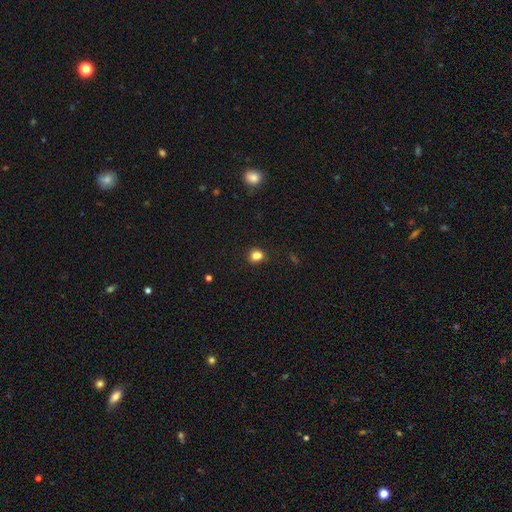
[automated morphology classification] Overall: smooth (82%). How rounded: round (64%; in between 34%). Merging: none (80%).